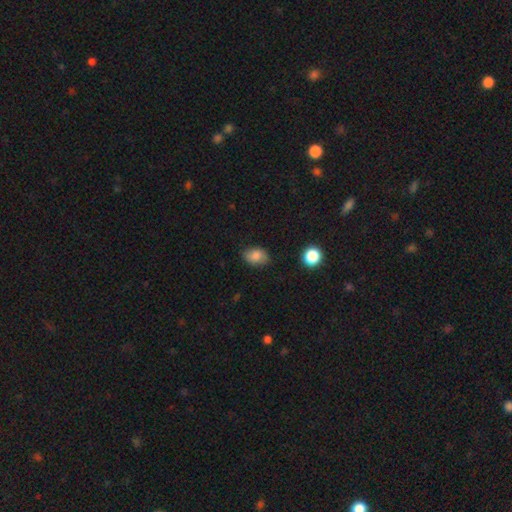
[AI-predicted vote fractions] Smooth or featured? Predicted: smooth (p=0.80). How rounded? Predicted: in between (p=0.77). Merging? Predicted: none (p=0.77).